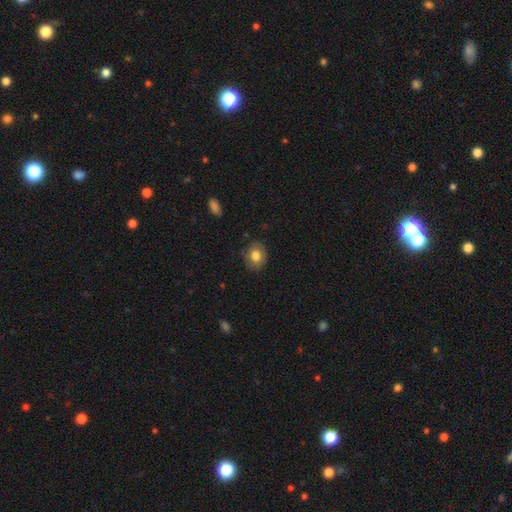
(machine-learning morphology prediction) Smooth or featured?
  - smooth: 75% *
  - featured or disk: 17%
  - star or artifact: 8%
How rounded?
  - in between: 51% *
  - round: 48%
  - cigar-shaped: 1%
Merging?
  - none: 83% *
  - minor disturbance: 13%
  - major disturbance: 3%
  - merger: 1%